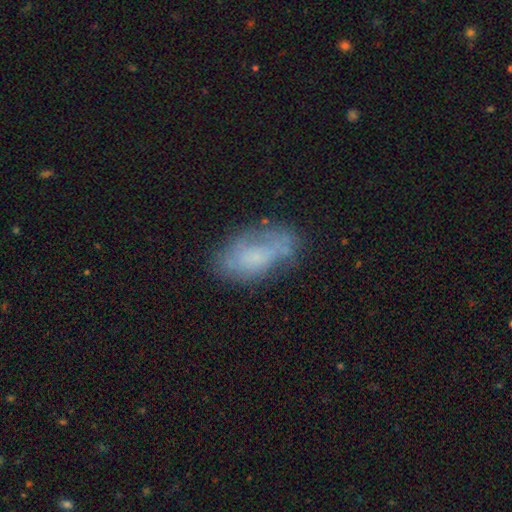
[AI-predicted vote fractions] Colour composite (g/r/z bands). It shows a smooth galaxy with no disk features (55%) that is in between round and cigar-shaped (91%). Merging: none (58%).